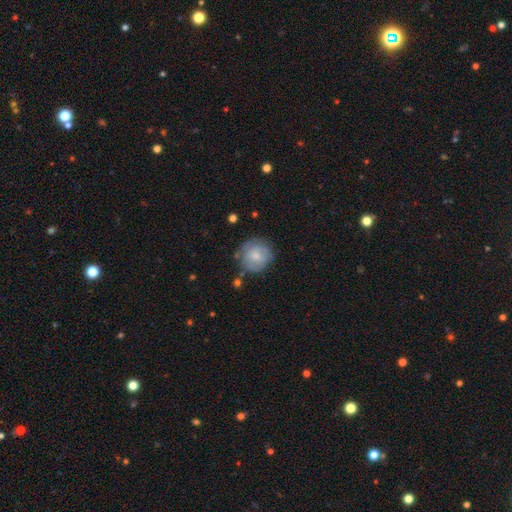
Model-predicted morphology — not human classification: Smooth or featured: smooth — 64% (featured or disk — 29%)
How rounded: round — 89% (in between — 10%)
Merging: none — 69% (minor disturbance — 20%)